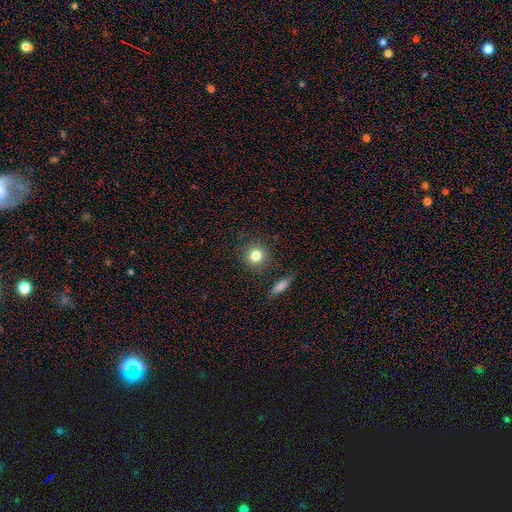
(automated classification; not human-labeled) The model was most divided on "smooth or featured": smooth: 81%, star or artifact: 11%, featured or disk: 8%. More confident: how rounded — round (89%); merging — none (87%).